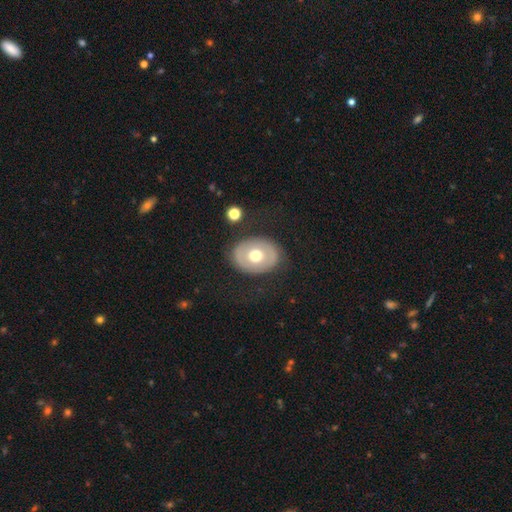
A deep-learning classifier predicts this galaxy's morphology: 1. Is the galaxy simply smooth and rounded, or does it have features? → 50% smooth, 43% featured or disk, 7% star or artifact.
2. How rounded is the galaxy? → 63% in between, 36% round, 1% cigar-shaped.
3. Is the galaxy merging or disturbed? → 81% none, 12% minor disturbance, 6% major disturbance, 2% merger.